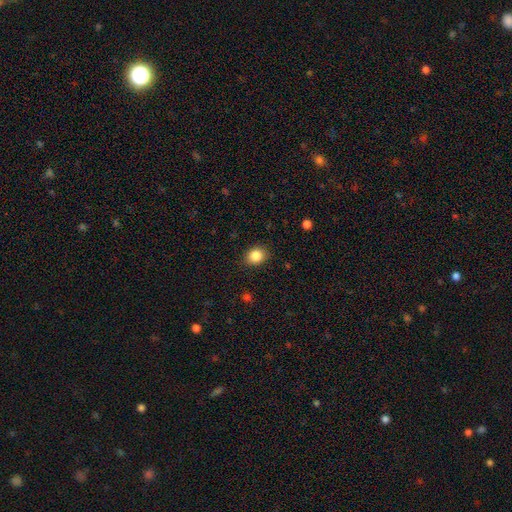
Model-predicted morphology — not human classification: smooth 86%, star or artifact 10%, featured or disk 5%. Down the decision tree: how rounded — round (55%); merging — none (86%).